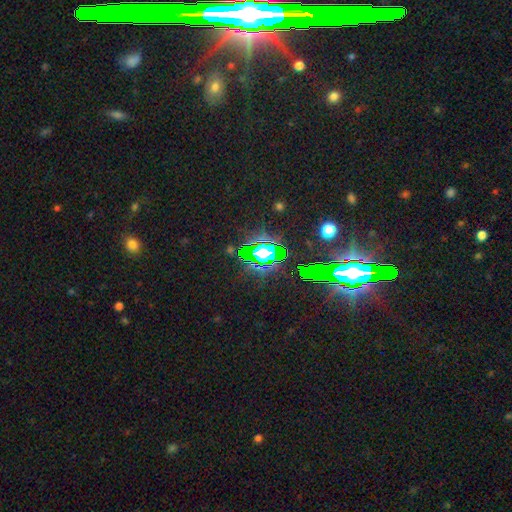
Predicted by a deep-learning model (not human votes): star or artifact 61%, smooth 24%, featured or disk 16%.